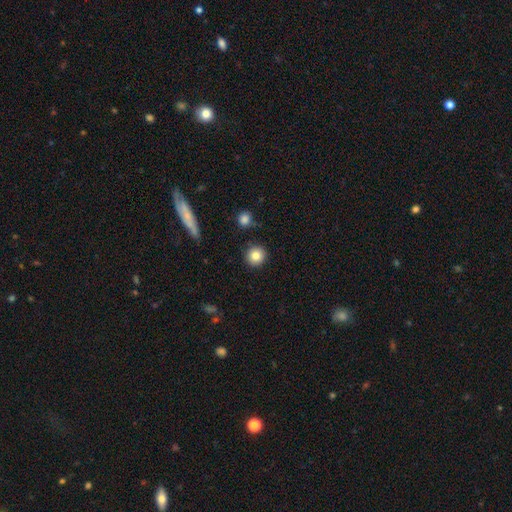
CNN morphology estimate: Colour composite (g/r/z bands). It shows a smooth galaxy with no disk features (83%) that is round (94%). Merging: none (89%).